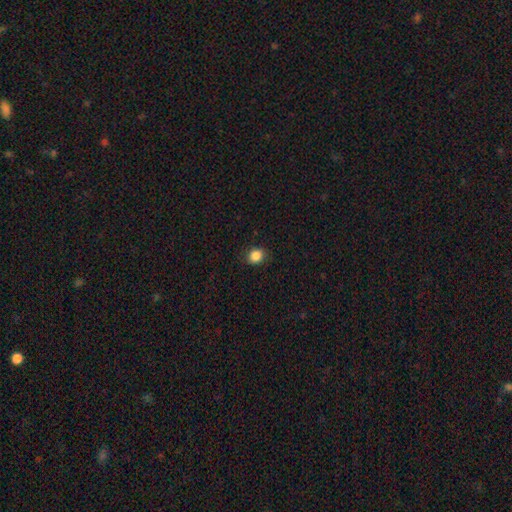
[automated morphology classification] This is clearly a smooth galaxy (86%). How rounded: likely round (68%). Merging: clearly none (87%).